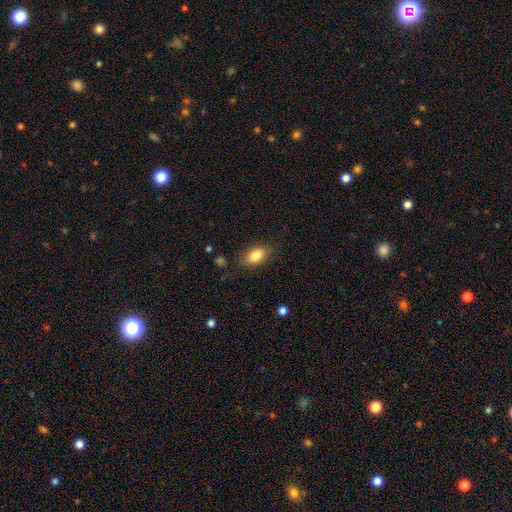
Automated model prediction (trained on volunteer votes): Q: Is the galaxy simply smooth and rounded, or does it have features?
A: smooth — 83%.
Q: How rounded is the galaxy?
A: in between — 86%.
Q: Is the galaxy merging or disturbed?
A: none — 82%.